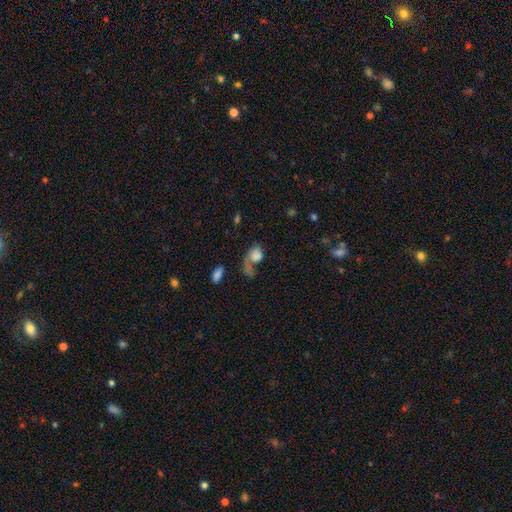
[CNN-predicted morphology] Smooth or featured: smooth — 70% (featured or disk — 18%)
How rounded: in between — 66% (round — 31%)
Merging: merger — 30% (tied with major disturbance — 30%)